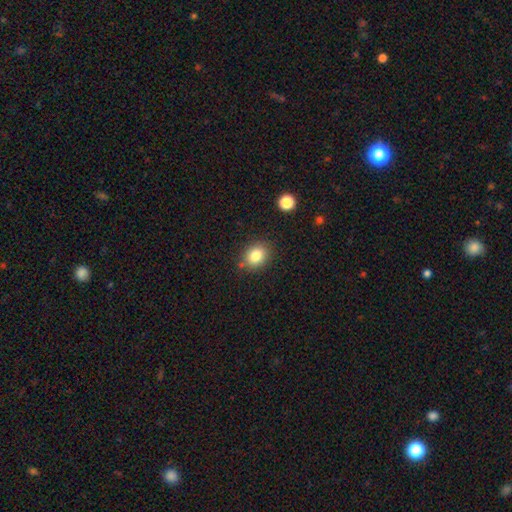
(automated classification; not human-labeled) smooth 83%, star or artifact 10%, featured or disk 7%. Down the decision tree: how rounded — in between (50%); merging — none (81%).